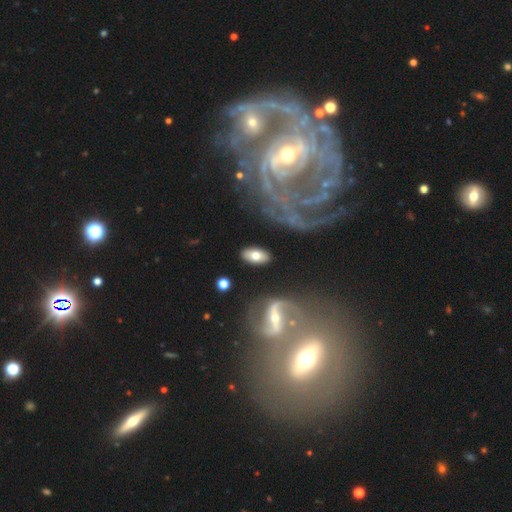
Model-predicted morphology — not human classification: type=smooth (63%); roundness=in between (89%); merging=none (80%).